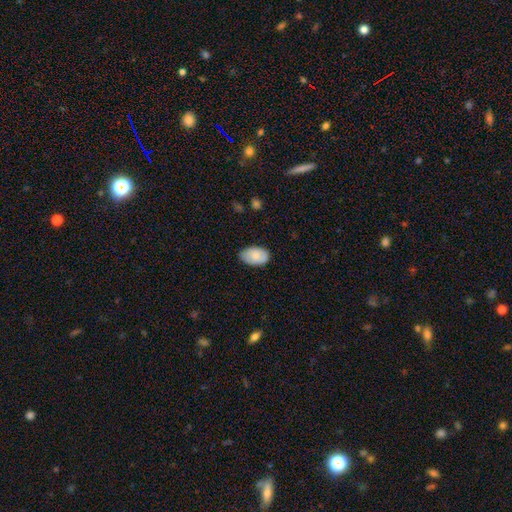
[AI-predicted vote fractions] A smooth galaxy with no disk features (82%) that is in between round and cigar-shaped (93%). Merging: none (75%).